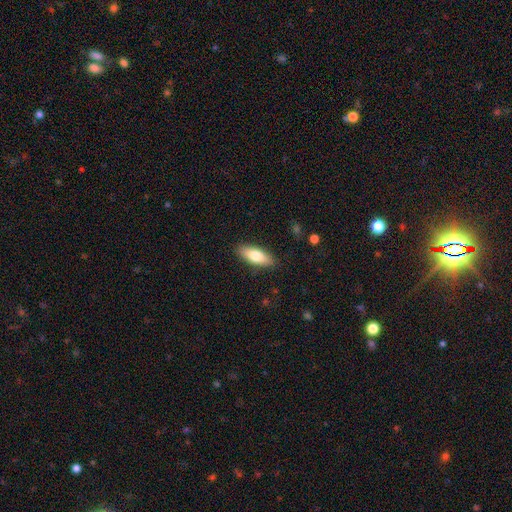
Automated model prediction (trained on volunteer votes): This appears to be a smooth galaxy with no disk features (74%) that is in between round and cigar-shaped (70%). Merging: none (88%).